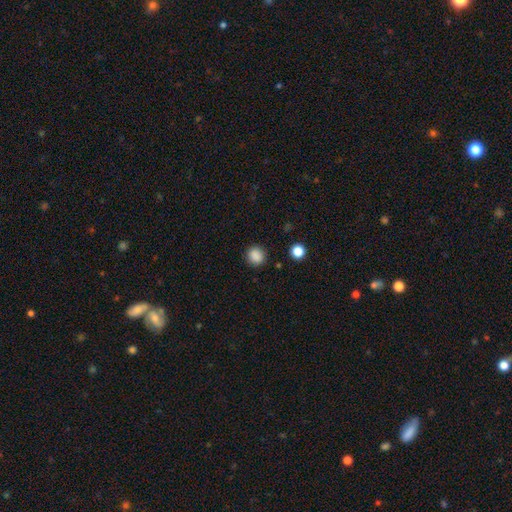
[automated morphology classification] Overall: smooth (87%). How rounded: round (88%). Merging: none (88%).